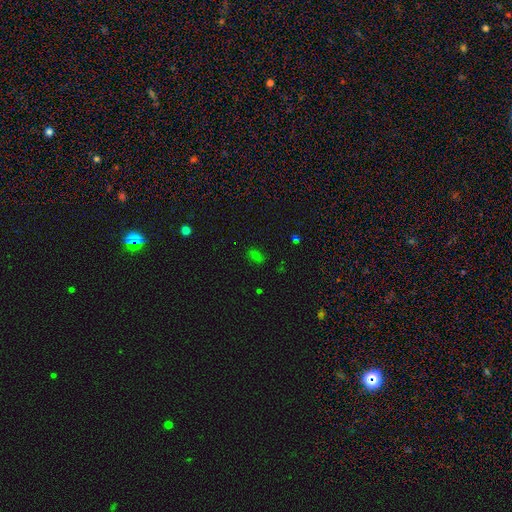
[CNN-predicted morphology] This is likely a smooth galaxy (62%). How rounded: likely in between (76%). Merging: likely none (80%).